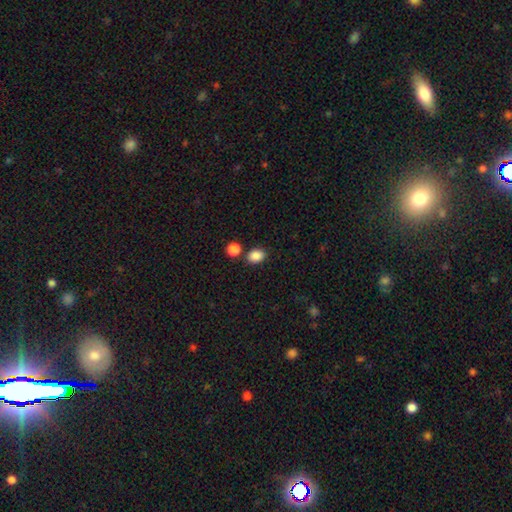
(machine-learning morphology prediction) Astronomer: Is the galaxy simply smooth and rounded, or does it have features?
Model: smooth — 87%.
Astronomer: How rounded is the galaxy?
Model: in between — 60% (runner-up: round, 39%).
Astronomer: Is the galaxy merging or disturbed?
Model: none — 78%.